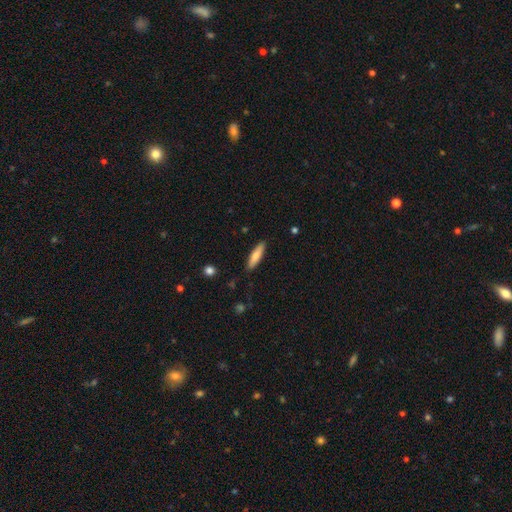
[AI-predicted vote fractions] smooth 77%, featured or disk 17%, star or artifact 6%. Down the decision tree: how rounded — cigar-shaped (74%); merging — none (88%).